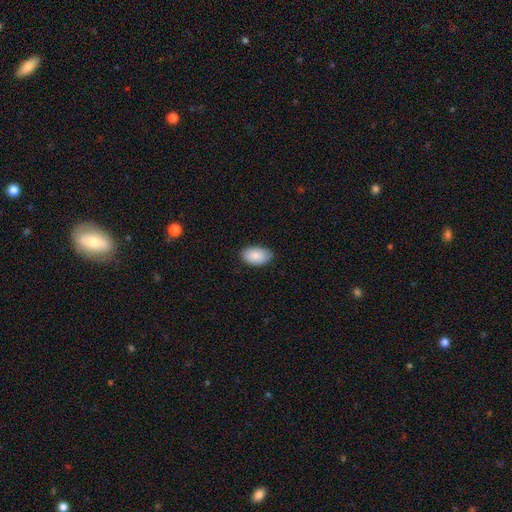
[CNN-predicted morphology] A smooth galaxy with no disk features (88%) that is in between round and cigar-shaped (94%).

Vote fractions:
- Smooth or featured? smooth: 88% / star or artifact: 6% / featured or disk: 6%
- How rounded? in between: 94% / round: 5% / cigar-shaped: 1%
- Merging? none: 83% / minor disturbance: 13% / major disturbance: 2% / merger: 1%